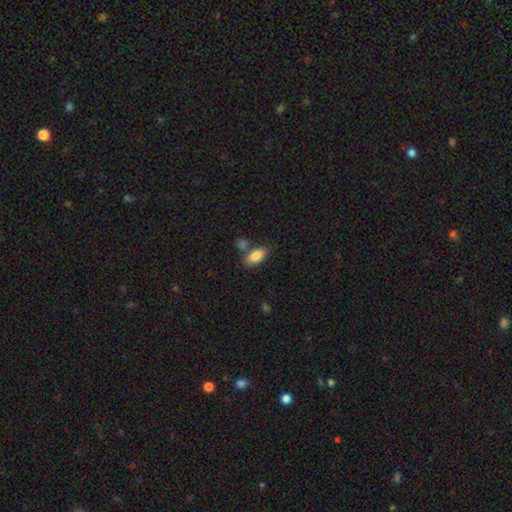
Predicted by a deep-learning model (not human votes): Overall: smooth (85%). How rounded: in between (90%). Merging: none (64%).